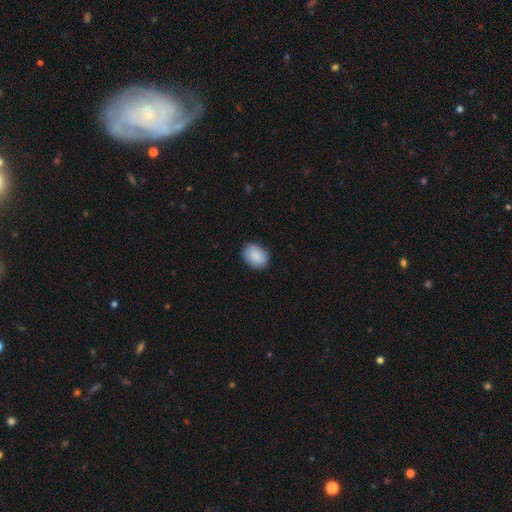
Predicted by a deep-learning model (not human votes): Smooth or featured: smooth — 88% (star or artifact — 6%)
How rounded: in between — 67% (round — 32%)
Merging: none — 83% (minor disturbance — 13%)